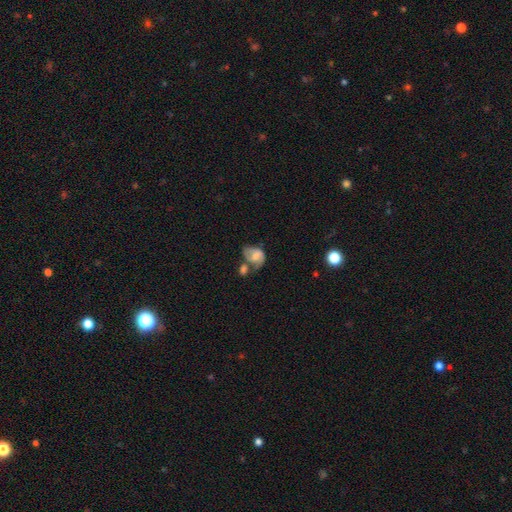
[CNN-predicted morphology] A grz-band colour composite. It shows a smooth galaxy with no disk features (50%) that is in between round and cigar-shaped (67%). Merging: merger (35%).